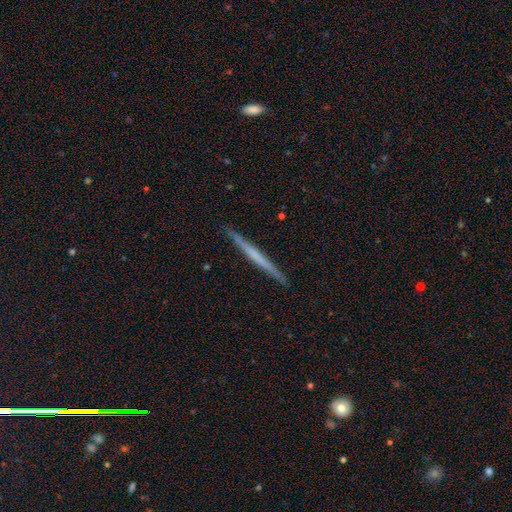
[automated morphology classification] smooth_or_featured: featured or disk (p=0.55) [alt: smooth p=0.39]
disk_edge_on: yes (p=0.98) [alt: no p=0.02]
edge_on_bulge: none (p=0.85) [alt: rounded p=0.10]
merging: none (p=0.92) [alt: minor disturbance p=0.06]